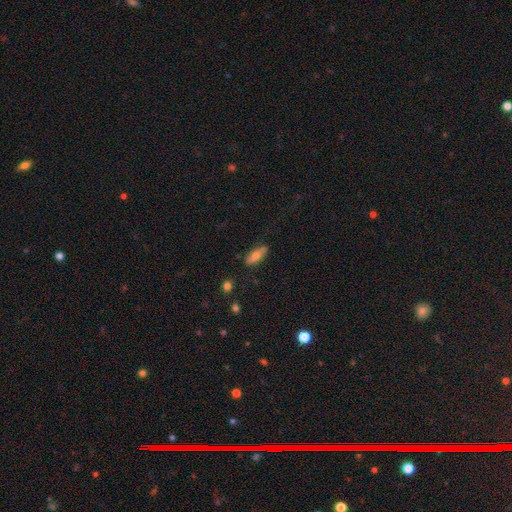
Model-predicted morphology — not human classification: A smooth galaxy with no disk features (67%) that is in between round and cigar-shaped (59%). Merging: none (82%).